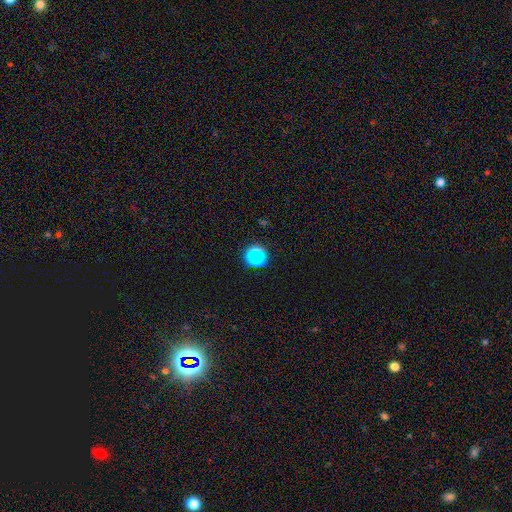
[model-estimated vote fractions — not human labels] Smooth or featured? Predicted: smooth (p=0.65). How rounded? Predicted: round (p=0.92). Merging? Predicted: none (p=0.85).